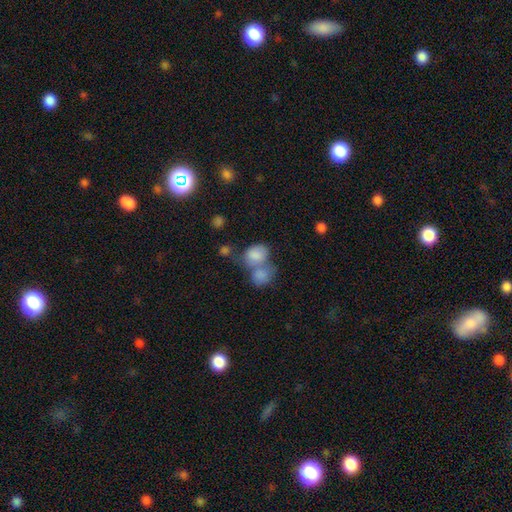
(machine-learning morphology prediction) Smooth or featured? Predicted: smooth (p=0.81). How rounded? Predicted: in between (p=0.59). Merging? Predicted: merger (p=0.63).